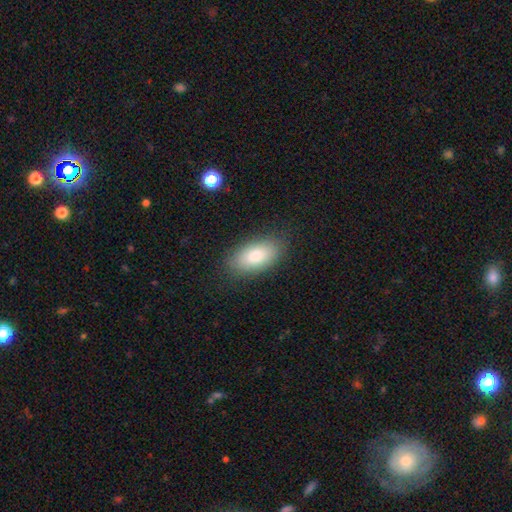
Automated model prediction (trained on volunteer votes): smooth-or-featured: smooth: 81% | featured or disk: 12% | star or artifact: 7%
  how-rounded: in between: 92% | cigar-shaped: 5% | round: 4%
  merging: none: 84% | minor disturbance: 11% | major disturbance: 3% | merger: 1%